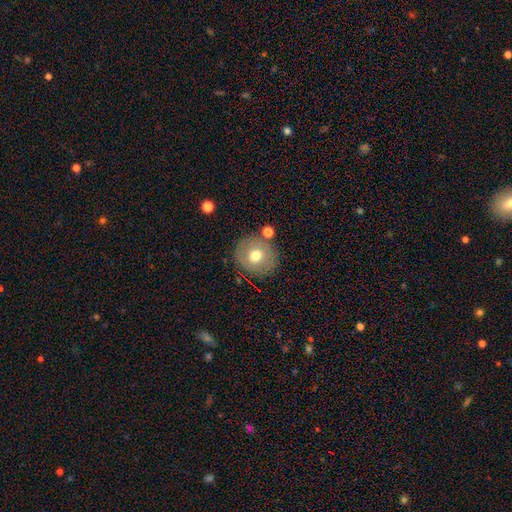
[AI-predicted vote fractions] smooth-or-featured: smooth: 67% | featured or disk: 23% | star or artifact: 10%
  how-rounded: round: 87% | in between: 12% | cigar-shaped: 1%
  merging: none: 80% | minor disturbance: 11% | merger: 5% | major disturbance: 4%